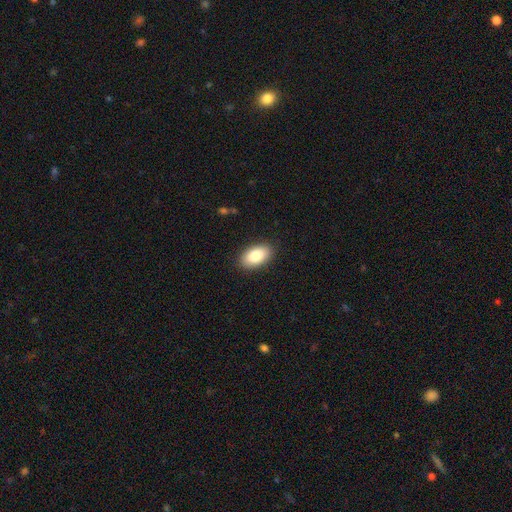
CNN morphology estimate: Q: Smooth or featured?
A: smooth (85%); runner-up: featured or disk (8%)
Q: How rounded?
A: in between (94%); runner-up: round (4%)
Q: Merging?
A: none (89%); runner-up: minor disturbance (8%)